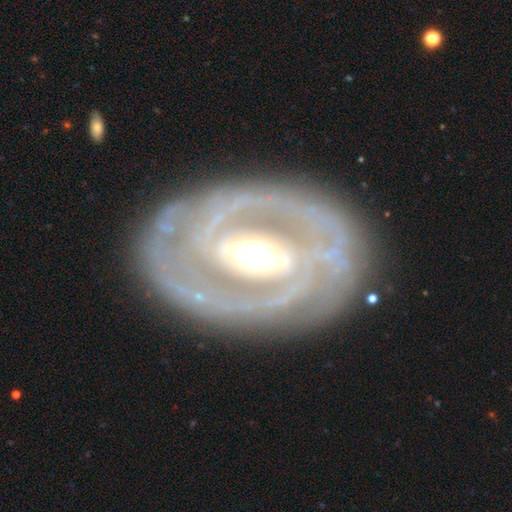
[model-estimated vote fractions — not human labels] featured or disk 89%, smooth 6%, star or artifact 4%. Down the decision tree: edge-on disk — no (96%); bar — strong (47%); spiral arms — yes (91%); spiral arm count — 2 (63%); spiral winding — tight (63%); bulge size — moderate (68%); merging — none (80%).